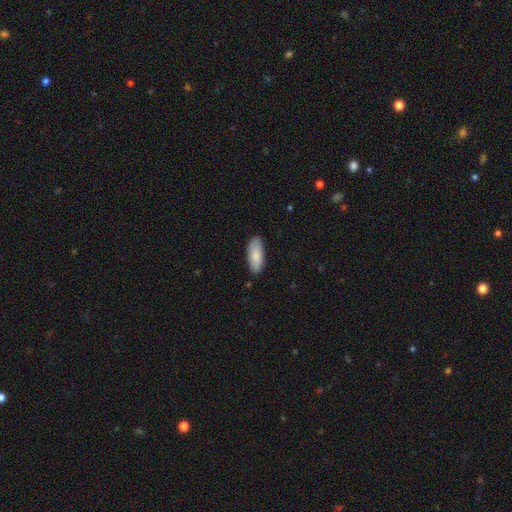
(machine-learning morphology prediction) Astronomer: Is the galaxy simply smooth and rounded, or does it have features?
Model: smooth — 86%.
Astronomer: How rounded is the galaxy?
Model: in between — 78%.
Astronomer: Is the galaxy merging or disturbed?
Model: none — 87%.